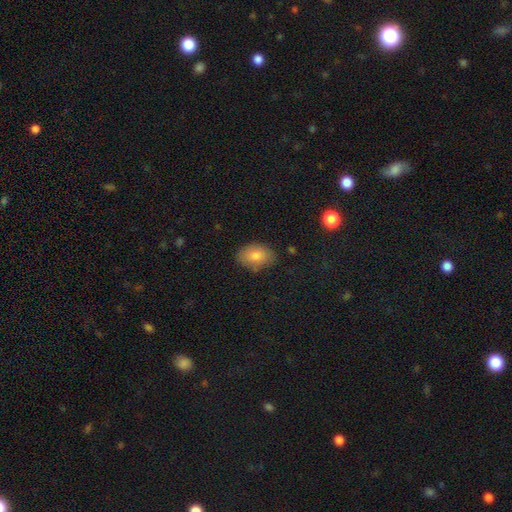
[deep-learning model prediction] Morphology: type=smooth (79%); roundness=in between (87%); merging=none (81%).